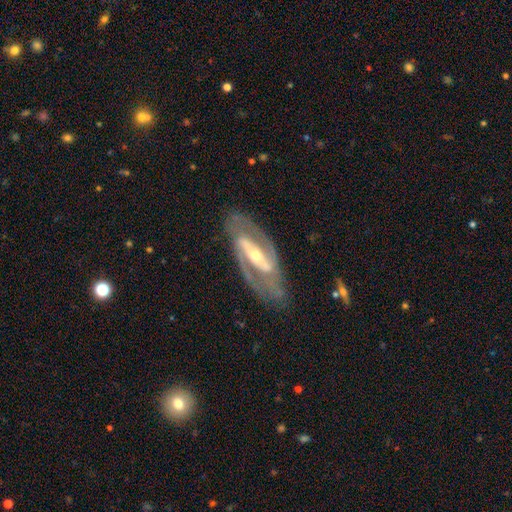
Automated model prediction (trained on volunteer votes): Smooth or featured: featured or disk — 89% (smooth — 7%)
Edge-on disk: no — 93% (yes — 7%)
Bar: strong — 69% (weak — 20%)
Spiral arms: yes — 92% (no — 8%)
Spiral winding: medium — 52% (tight — 31%)
Spiral arm count: 2 — 91% (can't tell — 4%)
Bulge size: moderate — 48% (small — 47%)
Merging: none — 78% (minor disturbance — 14%)